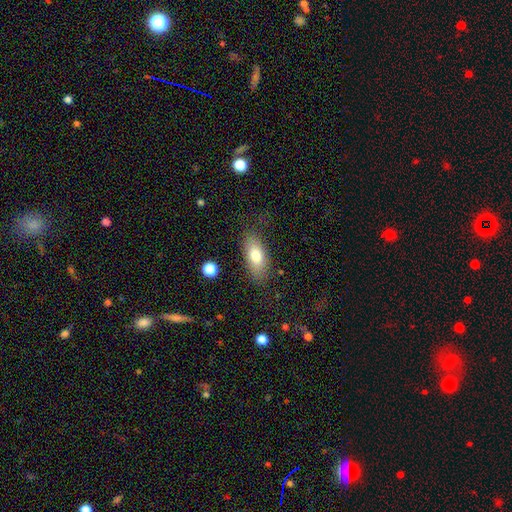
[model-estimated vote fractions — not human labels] Smooth or featured? Predicted: smooth (p=0.75). How rounded? Predicted: in between (p=0.86). Merging? Predicted: none (p=0.76).